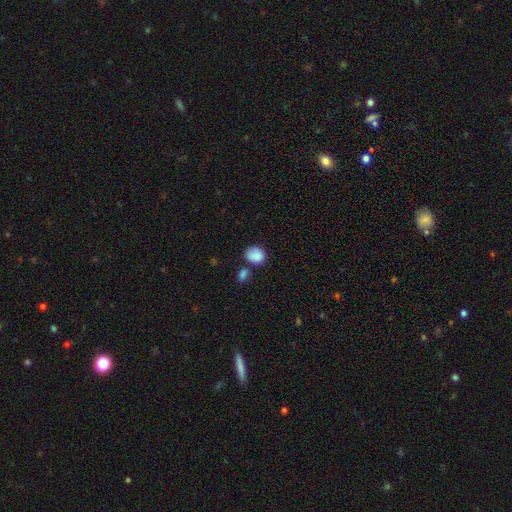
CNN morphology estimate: Smooth or featured: smooth — 88% (star or artifact — 8%)
How rounded: round — 62% (in between — 37%)
Merging: none — 61% (minor disturbance — 18%)